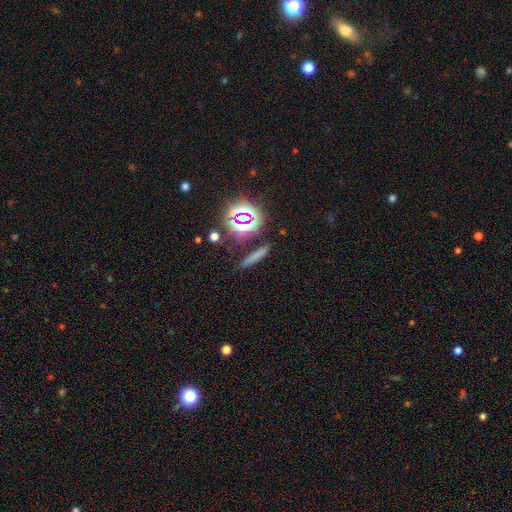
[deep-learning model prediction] Morphology: type=smooth (60%); roundness=cigar-shaped (84%); merging=none (82%).